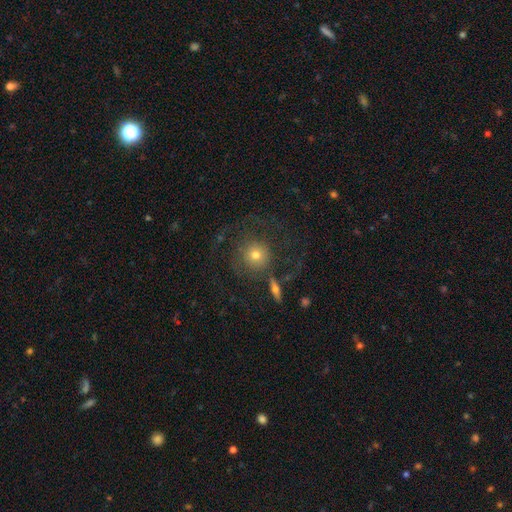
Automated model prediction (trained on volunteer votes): smooth 47%, featured or disk 39%, star or artifact 14%. Down the decision tree: merging — none (61%).